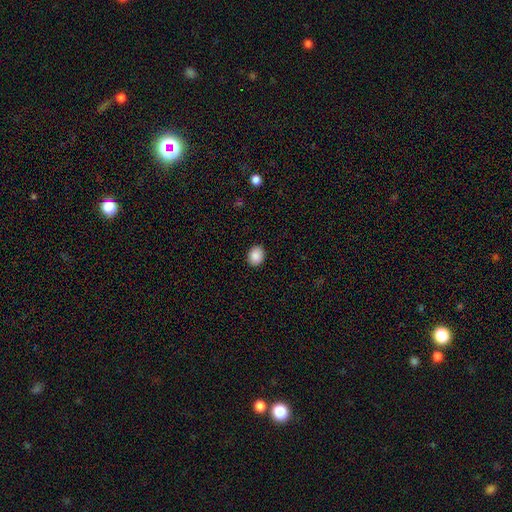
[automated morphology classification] Overall: smooth (89%). How rounded: in between (54%; round 45%). Merging: none (90%).